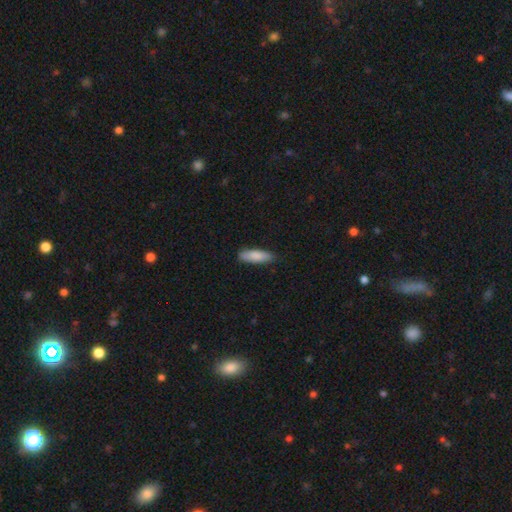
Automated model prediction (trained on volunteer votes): Smooth or featured? smooth (87%)
How rounded? in between (49%, tied with cigar-shaped)
Merging? none (85%)